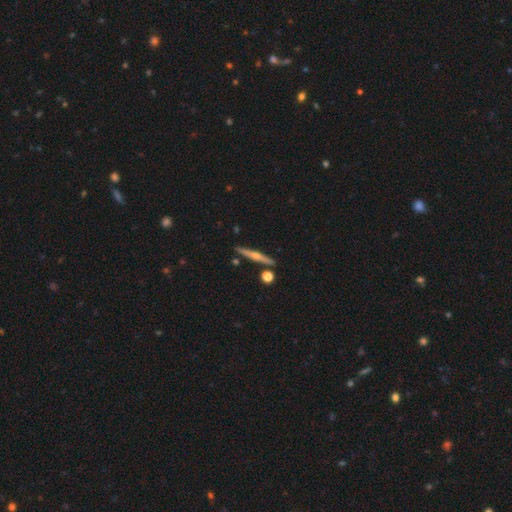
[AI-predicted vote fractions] featured or disk 73%, smooth 20%, star or artifact 6%. Down the decision tree: edge-on disk — yes (98%); edge-on bulge — rounded (90%); merging — none (88%).